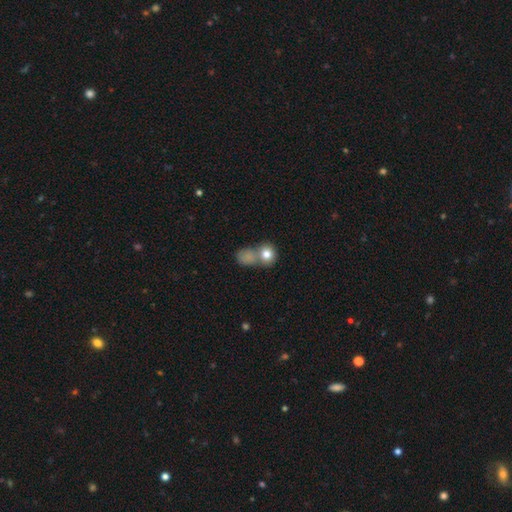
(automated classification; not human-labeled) Morphology: type=smooth (63%); roundness=round (73%); merging=none (43%).